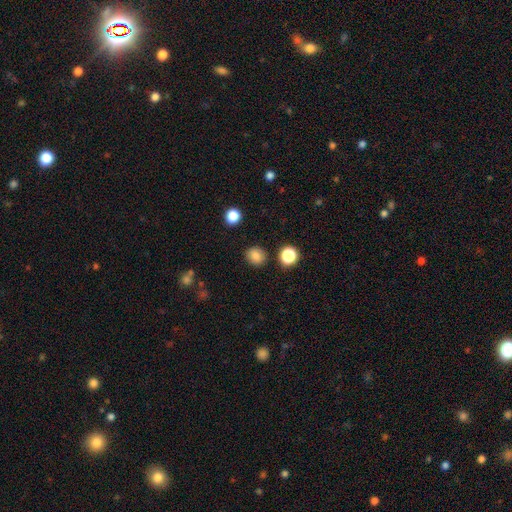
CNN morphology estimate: A smooth galaxy with no disk features (84%) that is round (79%).

Vote fractions:
- Smooth or featured? smooth: 84% / star or artifact: 13% / featured or disk: 4%
- How rounded? round: 79% / in between: 20% / cigar-shaped: 1%
- Merging? none: 88% / minor disturbance: 7% / major disturbance: 2% / merger: 2%